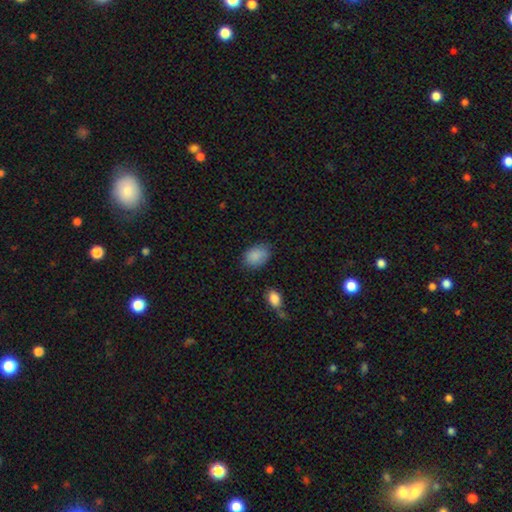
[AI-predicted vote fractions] A smooth galaxy with no disk features (87%) that is in between round and cigar-shaped (79%). Merging: none (70%).